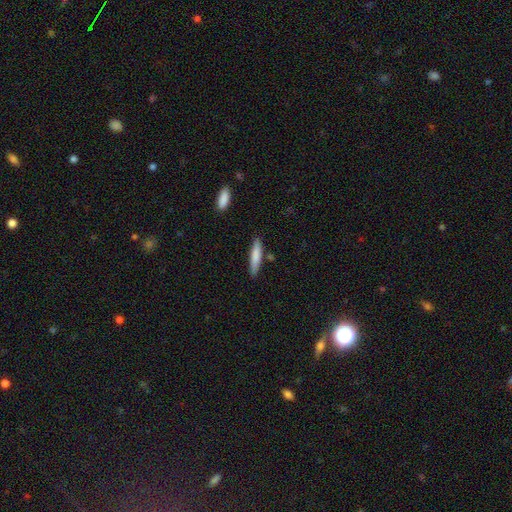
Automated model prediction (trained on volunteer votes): A smooth galaxy with no disk features (78%) that is cigar-shaped (86%).

Vote fractions:
- Smooth or featured? smooth: 78% / featured or disk: 16% / star or artifact: 6%
- How rounded? cigar-shaped: 86% / in between: 13% / round: 1%
- Merging? none: 83% / minor disturbance: 11% / merger: 4% / major disturbance: 2%